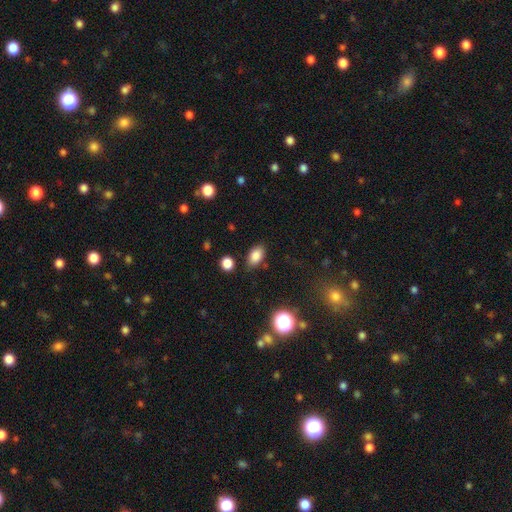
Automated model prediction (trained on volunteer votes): smooth-or-featured: smooth: 84% | star or artifact: 10% | featured or disk: 6%
  how-rounded: in between: 88% | round: 10% | cigar-shaped: 2%
  merging: none: 82% | minor disturbance: 12% | major disturbance: 3% | merger: 3%